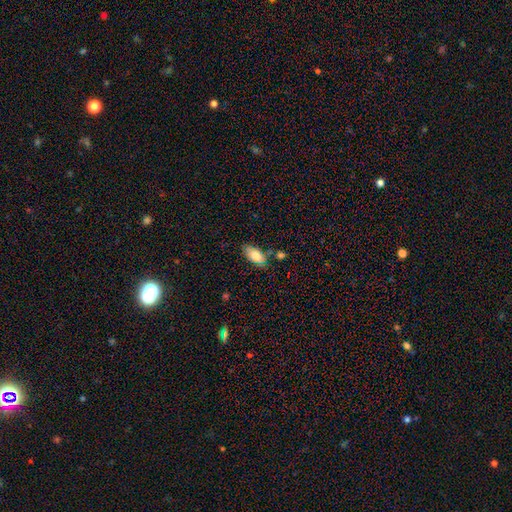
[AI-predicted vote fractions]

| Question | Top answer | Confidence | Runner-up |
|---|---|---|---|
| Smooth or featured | smooth | 80% | featured or disk (12%) |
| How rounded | in between | 90% | cigar-shaped (7%) |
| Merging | none | 73% | minor disturbance (17%) |